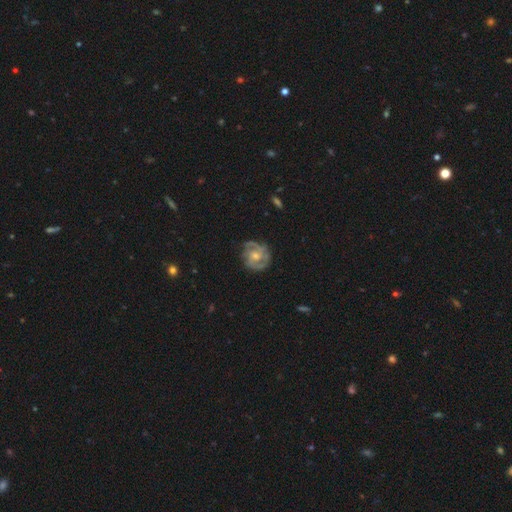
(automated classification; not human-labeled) A featured or disk galaxy (82%) with no bar (67%), 2 (37%) tight (51%) spiral arms (94%) and a moderate central bulge (51%). Merging: none (73%).